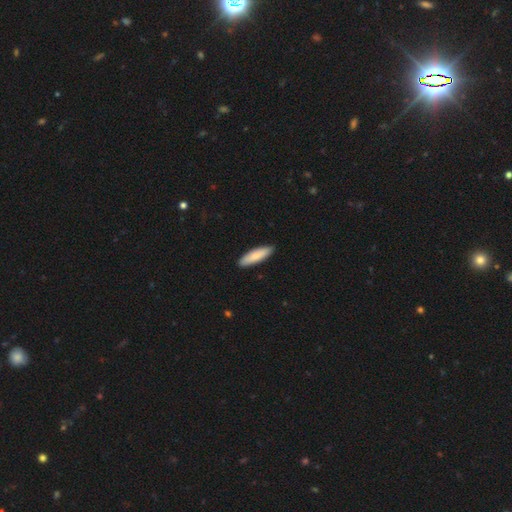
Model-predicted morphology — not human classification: Q: Smooth or featured?
A: smooth (86%); runner-up: featured or disk (9%)
Q: How rounded?
A: cigar-shaped (62%); runner-up: in between (37%)
Q: Merging?
A: none (90%); runner-up: minor disturbance (8%)